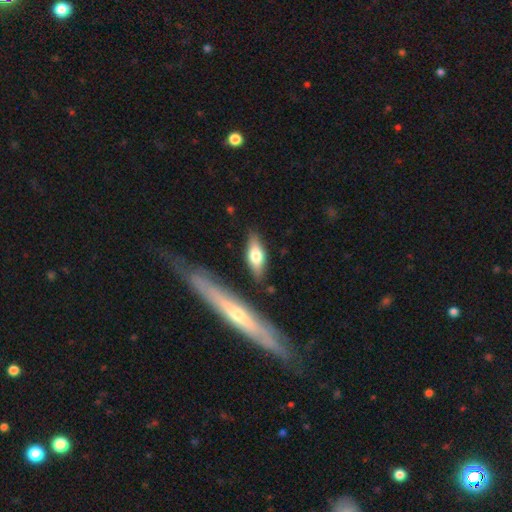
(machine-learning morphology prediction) Smooth or featured?
  - smooth: 56% *
  - featured or disk: 38%
  - star or artifact: 6%
How rounded?
  - in between: 61% *
  - cigar-shaped: 36%
  - round: 3%
Merging?
  - none: 79% *
  - minor disturbance: 13%
  - merger: 5%
  - major disturbance: 3%